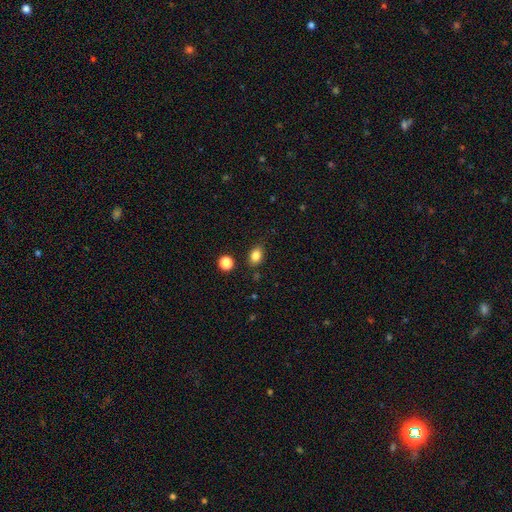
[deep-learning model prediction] Smooth or featured?
  - smooth: 84% *
  - star or artifact: 11%
  - featured or disk: 5%
How rounded?
  - in between: 71% *
  - round: 27%
  - cigar-shaped: 1%
Merging?
  - none: 82% *
  - minor disturbance: 11%
  - merger: 3%
  - major disturbance: 3%